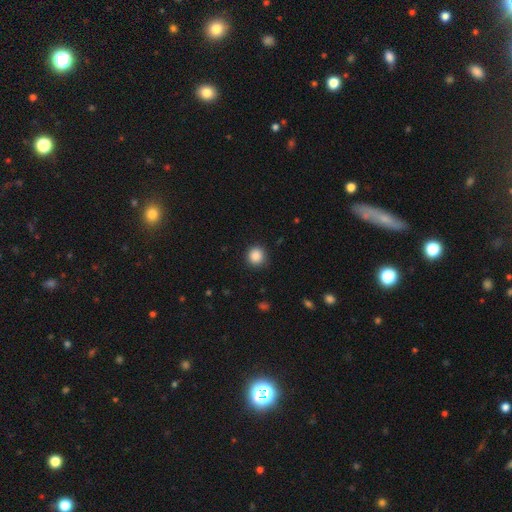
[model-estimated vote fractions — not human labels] Morphology: type=smooth (87%); roundness=round (93%); merging=none (89%).